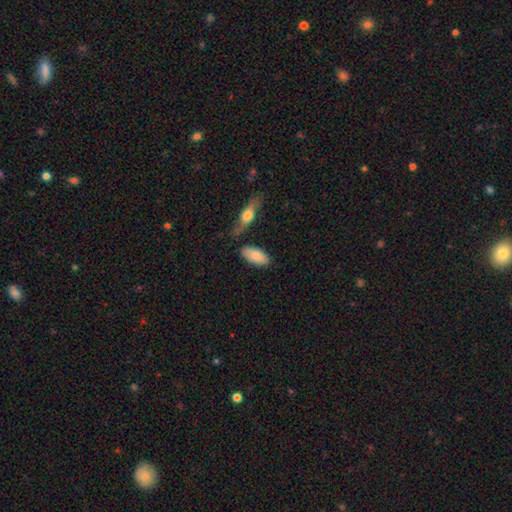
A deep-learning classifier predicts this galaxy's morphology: smooth 84%, featured or disk 11%, star or artifact 5%. Down the decision tree: how rounded — in between (89%); merging — none (75%).